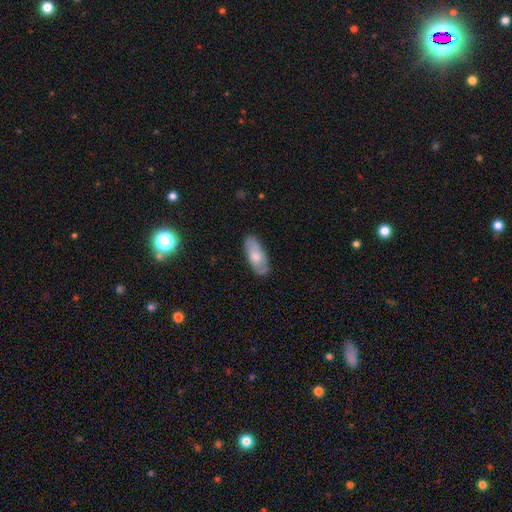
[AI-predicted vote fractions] Smooth or featured: smooth — 71% (featured or disk — 24%)
How rounded: in between — 83% (cigar-shaped — 15%)
Merging: none — 79% (minor disturbance — 16%)